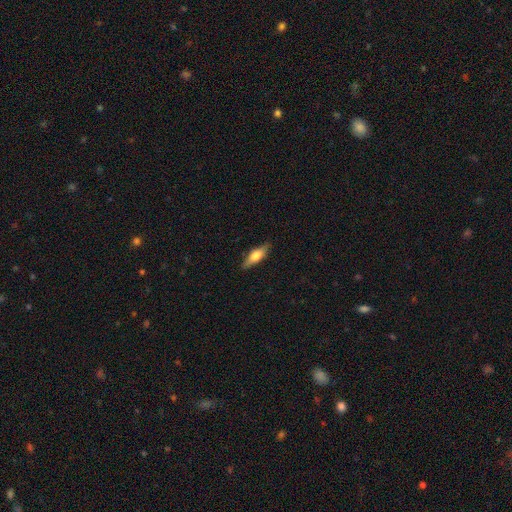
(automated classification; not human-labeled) smooth 54%, featured or disk 40%, star or artifact 6%. Down the decision tree: how rounded — in between (49%); merging — none (86%).